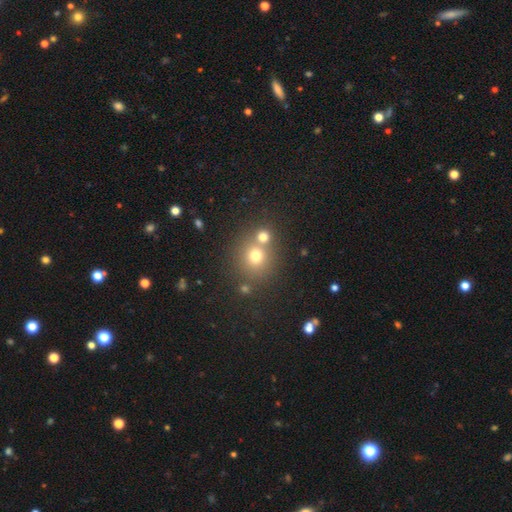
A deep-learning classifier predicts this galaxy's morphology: smooth 71%, star or artifact 17%, featured or disk 12%. Down the decision tree: how rounded — round (86%); merging — none (56%).